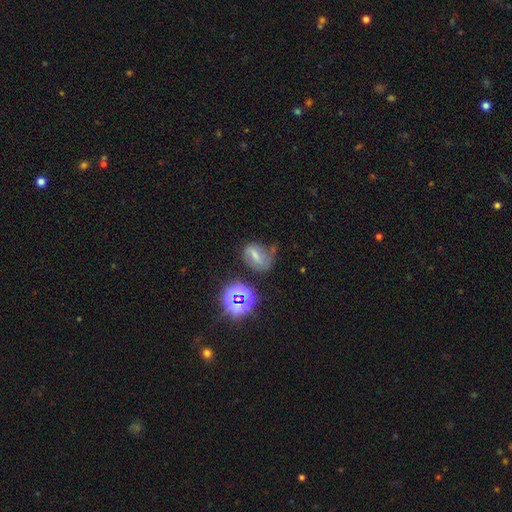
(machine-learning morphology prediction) This is marginally a smooth galaxy (39%). Merging: possibly none (52%).